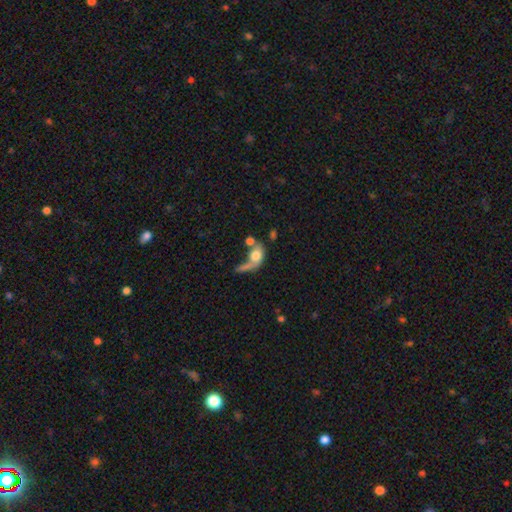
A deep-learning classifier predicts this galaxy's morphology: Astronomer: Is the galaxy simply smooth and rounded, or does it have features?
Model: smooth — 59%.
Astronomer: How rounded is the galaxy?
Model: in between — 70%.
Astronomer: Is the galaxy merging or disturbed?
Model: merger — 38% (runner-up: major disturbance, 33%).